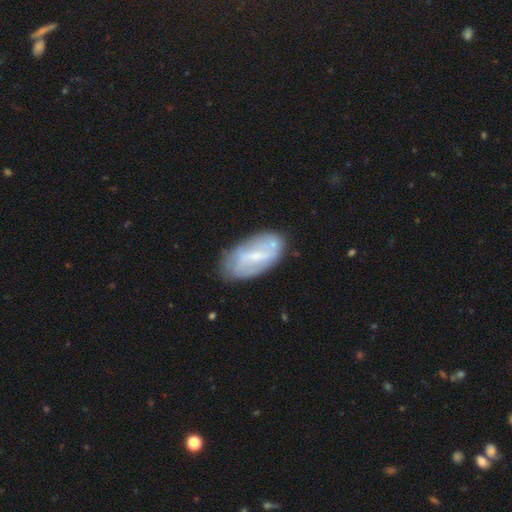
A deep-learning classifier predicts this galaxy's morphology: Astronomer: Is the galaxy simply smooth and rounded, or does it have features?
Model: featured or disk — 55% (runner-up: smooth, 38%).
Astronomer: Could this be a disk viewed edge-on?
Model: no — 92%.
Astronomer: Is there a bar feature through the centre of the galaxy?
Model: weak — 42% (runner-up: strong, 40%).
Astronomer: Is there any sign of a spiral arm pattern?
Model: no — 54% (runner-up: yes, 46%).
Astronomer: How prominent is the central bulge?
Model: small — 48% (runner-up: moderate, 28%).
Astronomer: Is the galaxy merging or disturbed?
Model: none — 68%.